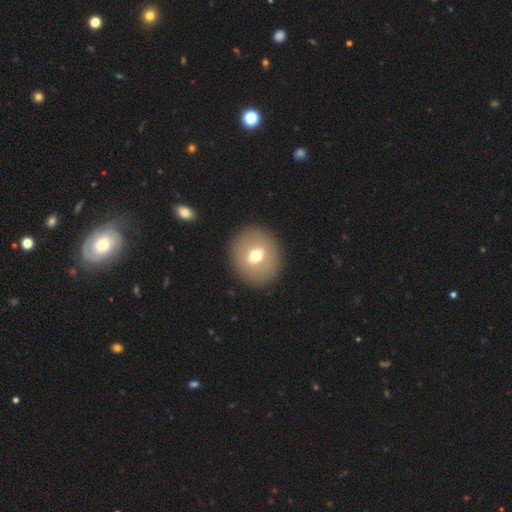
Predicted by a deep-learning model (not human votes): Smooth or featured? smooth (60%)
How rounded? round (75%)
Merging? none (90%)